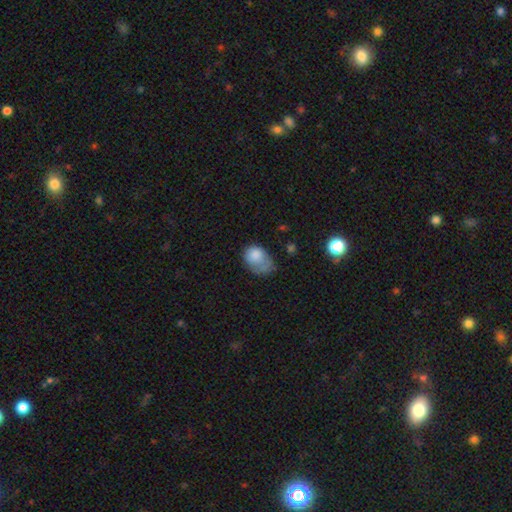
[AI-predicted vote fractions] Smooth or featured? Predicted: smooth (p=0.75). How rounded? Predicted: in between (p=0.75). Merging? Predicted: minor disturbance (p=0.35).